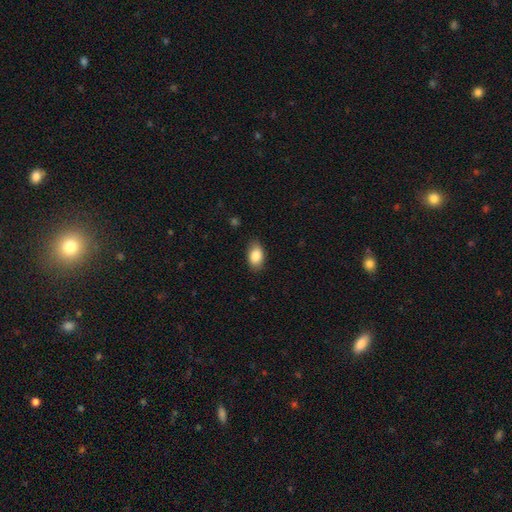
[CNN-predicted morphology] This is clearly a smooth galaxy (87%). How rounded: clearly in between (91%). Merging: clearly none (84%).